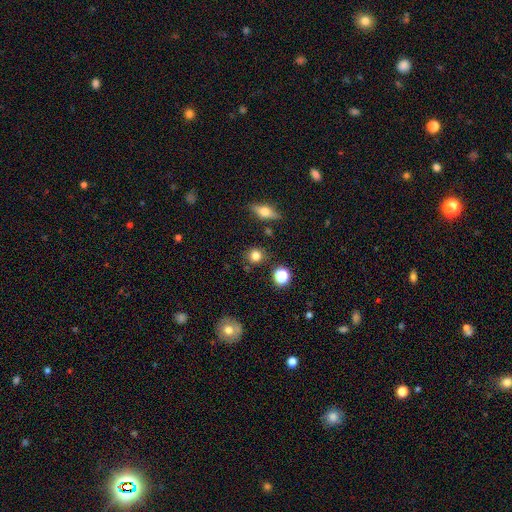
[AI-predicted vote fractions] smooth 78%, star or artifact 14%, featured or disk 8%. Down the decision tree: how rounded — round (86%); merging — none (84%).